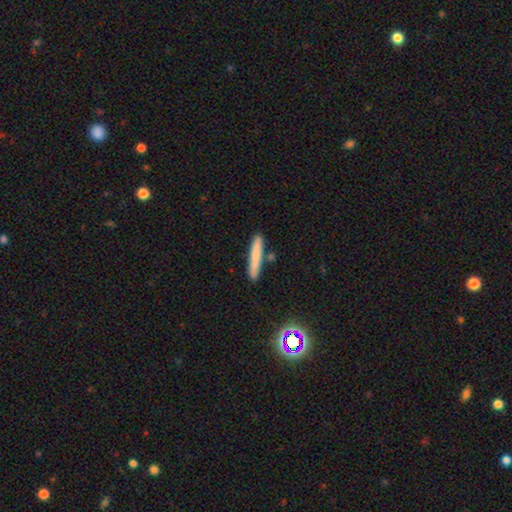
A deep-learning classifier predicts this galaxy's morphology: smooth 74%, featured or disk 18%, star or artifact 7%. Down the decision tree: how rounded — cigar-shaped (95%); merging — none (85%).